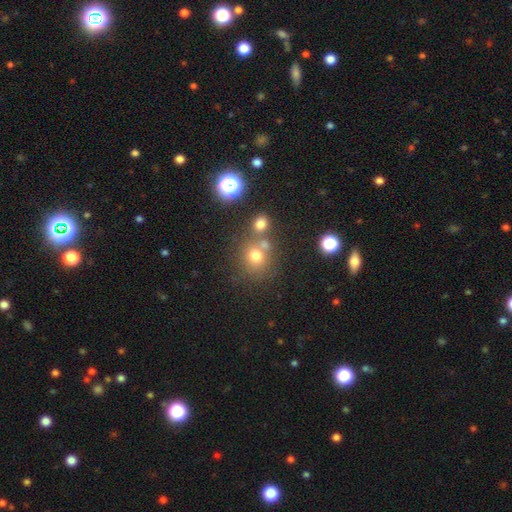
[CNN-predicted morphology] Overall: smooth (71%). How rounded: round (81%). Merging: none (57%; merger 28%).